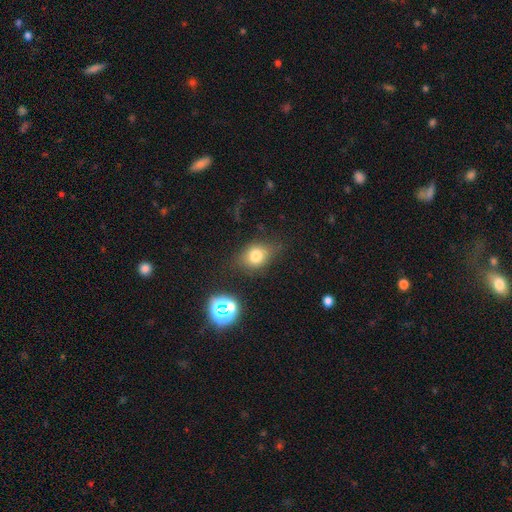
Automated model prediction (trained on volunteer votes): Overall: smooth (72%). How rounded: in between (55%; round 44%). Merging: none (69%).